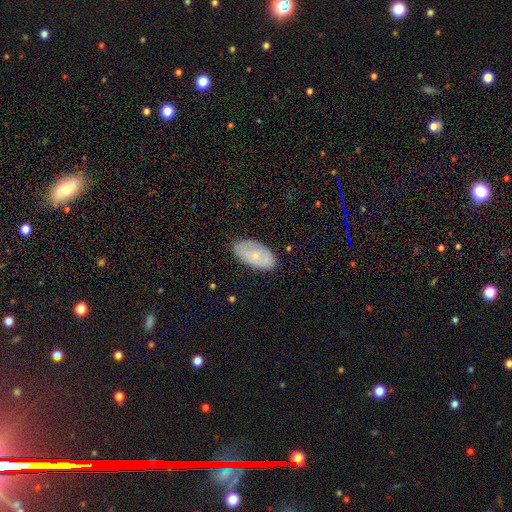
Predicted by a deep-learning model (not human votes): A smooth galaxy with no disk features (65%) that is in between round and cigar-shaped (94%). Merging: none (83%).